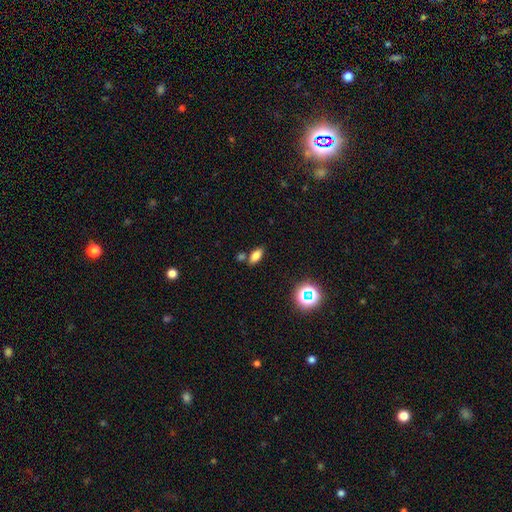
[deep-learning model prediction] Overall: smooth (77%). How rounded: in between (86%). Merging: none (73%).